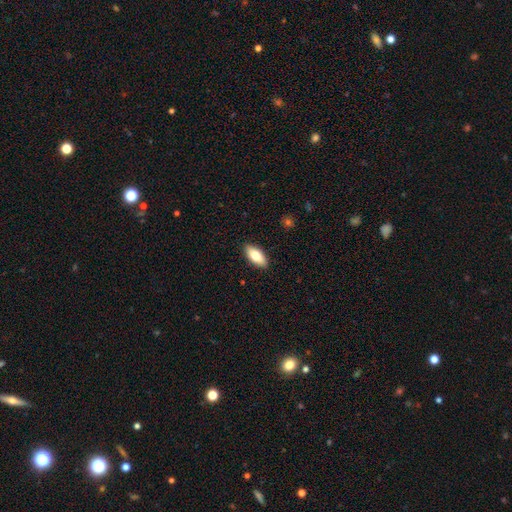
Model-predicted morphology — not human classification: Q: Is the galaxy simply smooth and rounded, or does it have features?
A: smooth — 78%.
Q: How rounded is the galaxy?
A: in between — 89%.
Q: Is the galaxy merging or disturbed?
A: none — 89%.